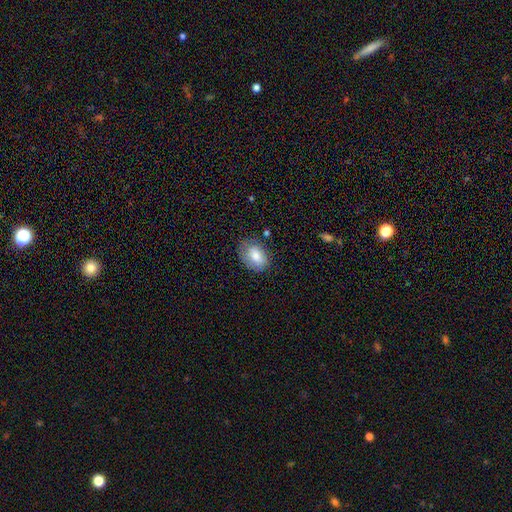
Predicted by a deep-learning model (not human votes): This is likely a smooth galaxy (78%). How rounded: clearly in between (83%). Merging: likely none (69%).